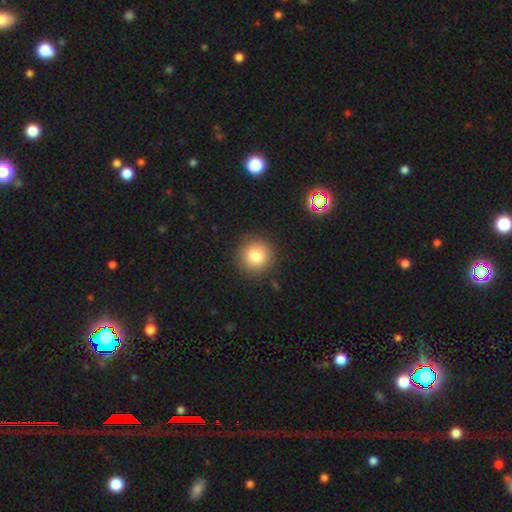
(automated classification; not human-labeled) A smooth galaxy with no disk features (82%) that is round (94%). Merging: none (90%).